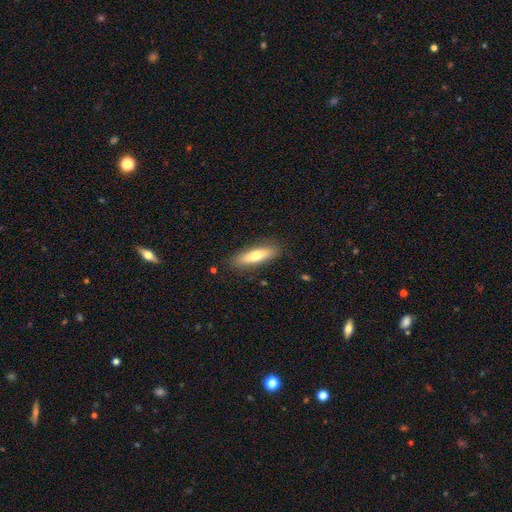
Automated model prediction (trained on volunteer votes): A smooth galaxy with no disk features (68%) that is cigar-shaped (60%). Merging: none (86%).